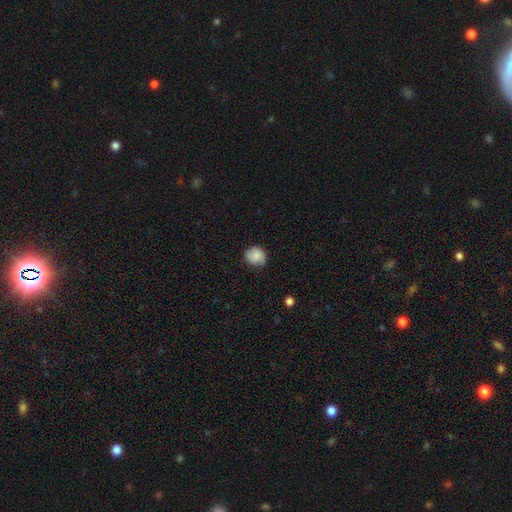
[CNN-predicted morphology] A smooth galaxy with no disk features (82%) that is round (82%). Merging: none (73%).